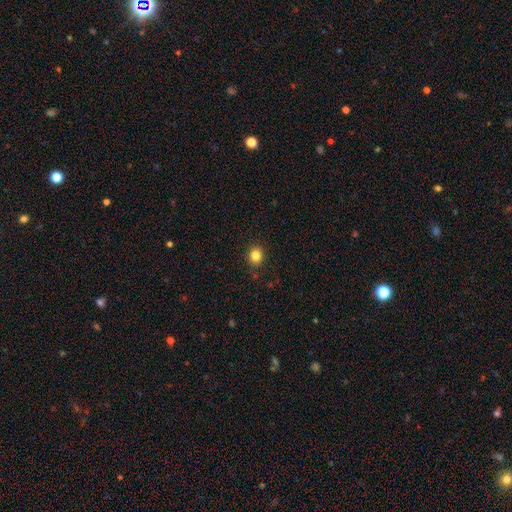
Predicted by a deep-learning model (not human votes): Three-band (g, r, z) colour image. It shows a smooth galaxy with no disk features (83%) that is round (81%). Merging: none (89%).